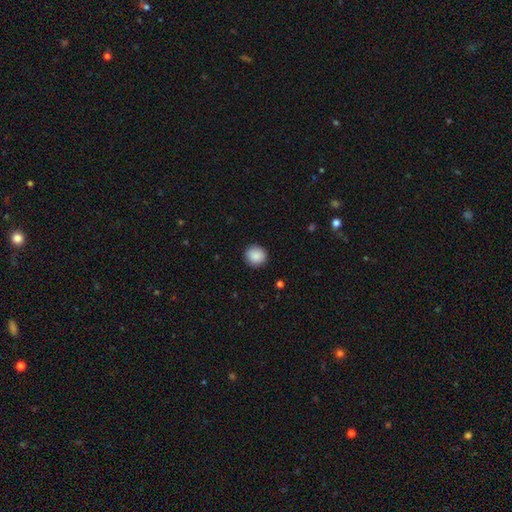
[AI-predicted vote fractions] Smooth or featured?
  - smooth: 89% *
  - star or artifact: 8%
  - featured or disk: 3%
How rounded?
  - round: 92% *
  - in between: 7%
  - cigar-shaped: 1%
Merging?
  - none: 92% *
  - minor disturbance: 6%
  - major disturbance: 2%
  - merger: 1%